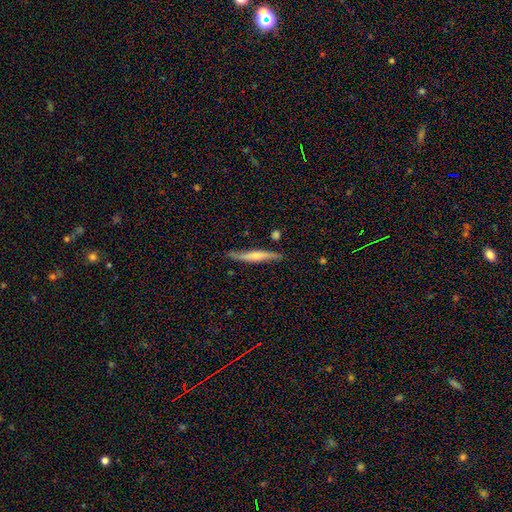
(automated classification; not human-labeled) Overall: featured or disk (53%; smooth 41%). Edge-on disk: yes (89%). Merging: none (78%).